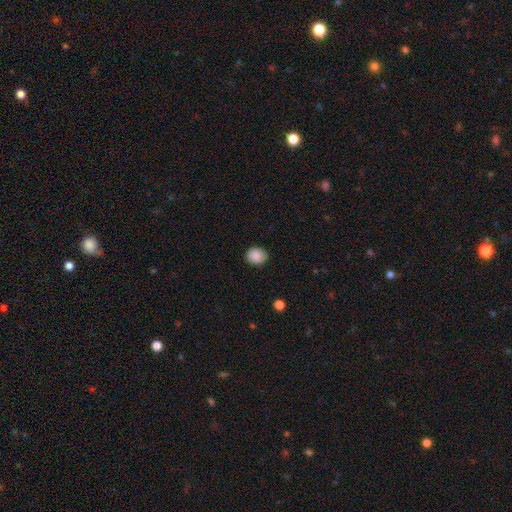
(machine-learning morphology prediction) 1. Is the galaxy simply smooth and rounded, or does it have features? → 88% smooth, 8% star or artifact, 3% featured or disk.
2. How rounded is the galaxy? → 67% round, 32% in between, 1% cigar-shaped.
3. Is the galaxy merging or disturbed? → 87% none, 10% minor disturbance, 2% major disturbance, 1% merger.